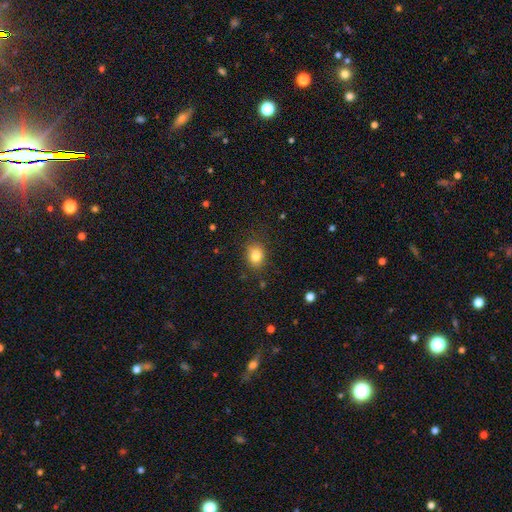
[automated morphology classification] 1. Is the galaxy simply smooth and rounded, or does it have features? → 82% smooth, 11% star or artifact, 7% featured or disk.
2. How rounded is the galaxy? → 53% in between, 46% round, 1% cigar-shaped.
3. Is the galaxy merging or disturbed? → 82% none, 13% minor disturbance, 4% major disturbance, 1% merger.